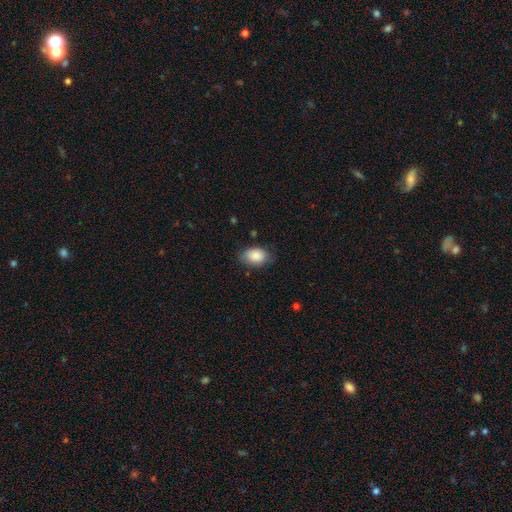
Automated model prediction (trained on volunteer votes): Smooth or featured? smooth (86%)
How rounded? in between (85%)
Merging? none (73%)